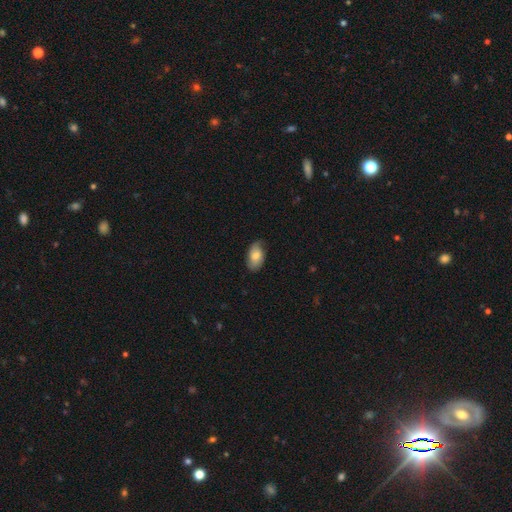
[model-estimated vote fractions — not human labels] Smooth or featured? smooth (66%)
How rounded? in between (92%)
Merging? none (71%)